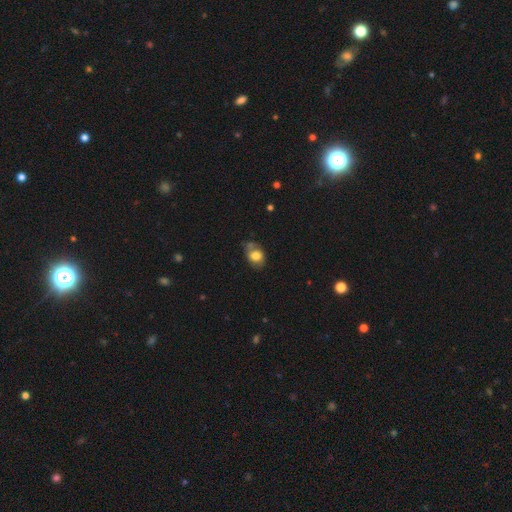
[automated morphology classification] Overall: smooth (76%). How rounded: in between (62%; round 37%). Merging: none (53%; minor disturbance 27%).